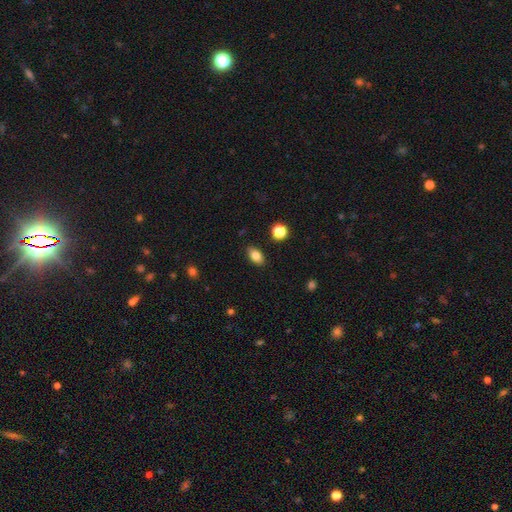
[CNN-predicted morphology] This appears to be a smooth galaxy with no disk features (83%) that is in between round and cigar-shaped (87%). Merging: none (87%).